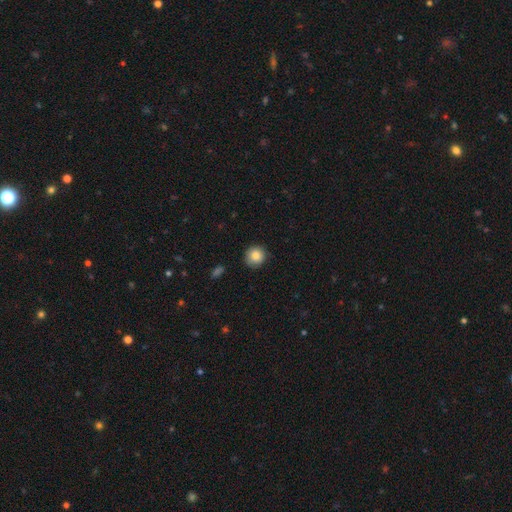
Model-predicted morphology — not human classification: A smooth galaxy with no disk features (85%) that is round (93%).

Vote fractions:
- Smooth or featured? smooth: 85% / star or artifact: 9% / featured or disk: 6%
- How rounded? round: 93% / in between: 6% / cigar-shaped: 1%
- Merging? none: 87% / minor disturbance: 10% / major disturbance: 2% / merger: 1%